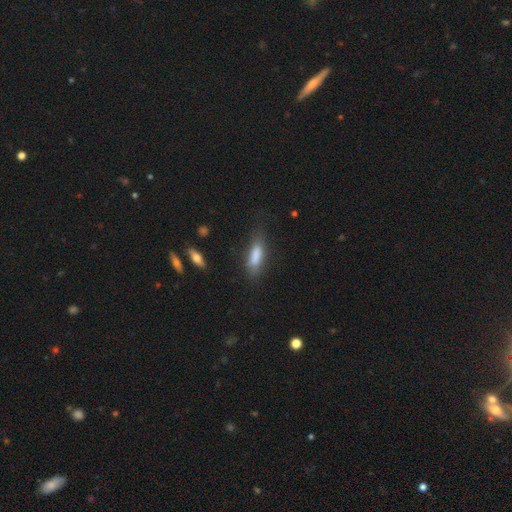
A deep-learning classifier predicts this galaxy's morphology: Smooth or featured?
  - smooth: 79% *
  - featured or disk: 14%
  - star or artifact: 7%
How rounded?
  - in between: 51% *
  - cigar-shaped: 47%
  - round: 2%
Merging?
  - none: 63% *
  - minor disturbance: 23%
  - major disturbance: 11%
  - merger: 3%